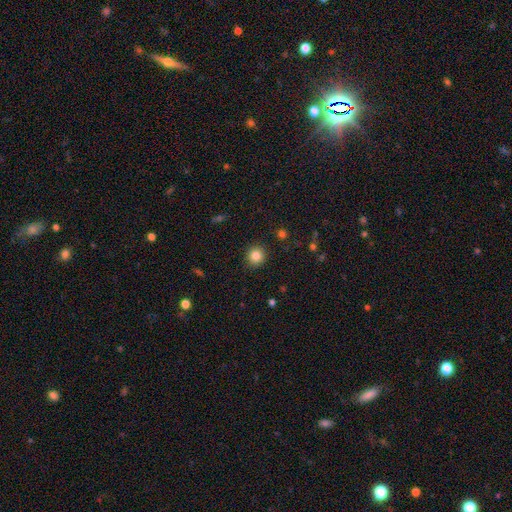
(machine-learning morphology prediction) A smooth galaxy with no disk features (84%) that is round (92%). Merging: none (91%).